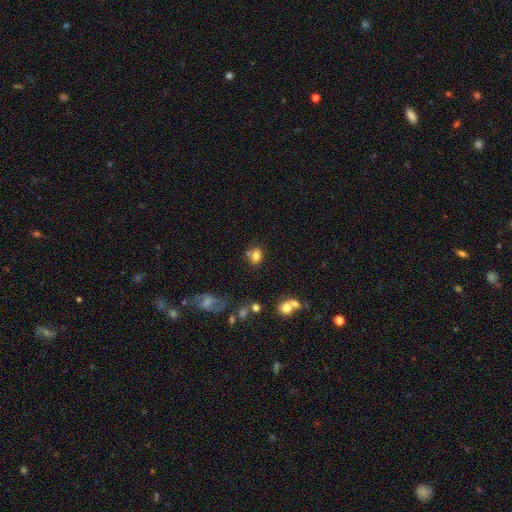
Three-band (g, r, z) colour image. It shows a smooth galaxy with no disk features (82%) that is round (52%). Merging: none (69%).